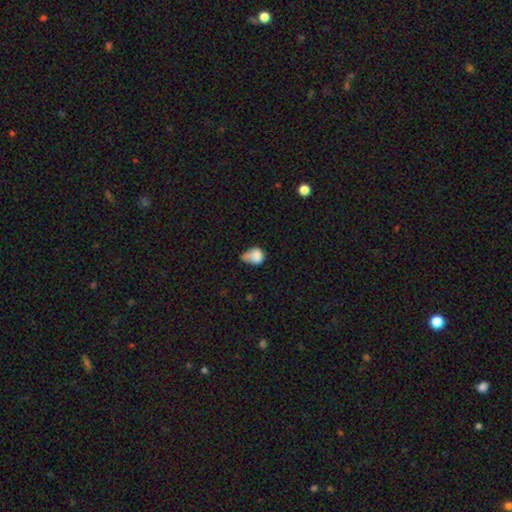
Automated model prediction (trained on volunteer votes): smooth-or-featured: smooth: 80% | featured or disk: 10% | star or artifact: 10%
  how-rounded: in between: 56% | round: 42% | cigar-shaped: 1%
  merging: minor disturbance: 44% | major disturbance: 24% | none: 23% | merger: 9%